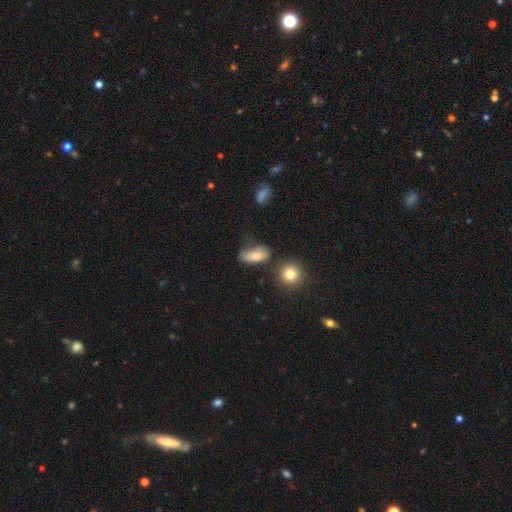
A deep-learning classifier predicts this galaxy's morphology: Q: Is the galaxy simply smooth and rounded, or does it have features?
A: smooth — 74%.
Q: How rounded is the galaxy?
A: in between — 84%.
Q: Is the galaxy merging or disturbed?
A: none — 50%.